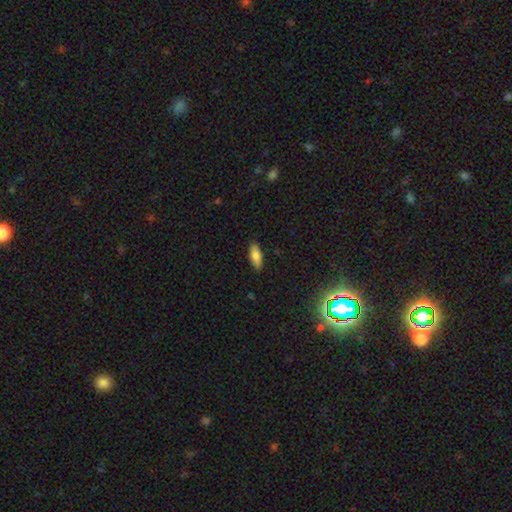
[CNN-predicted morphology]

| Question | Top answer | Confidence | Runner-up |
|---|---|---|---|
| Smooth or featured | smooth | 80% | featured or disk (13%) |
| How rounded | in between | 71% | cigar-shaped (27%) |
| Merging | none | 87% | minor disturbance (10%) |